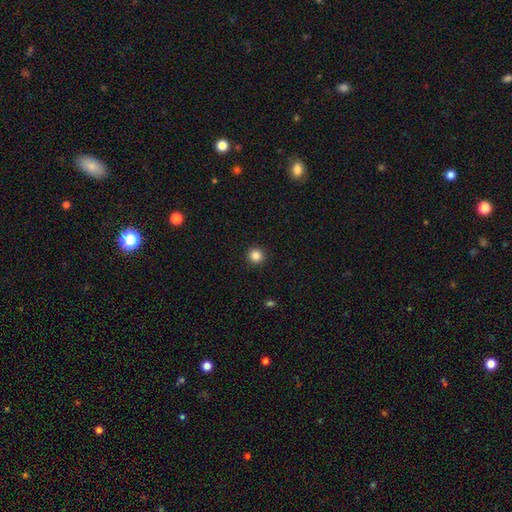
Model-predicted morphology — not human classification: A smooth galaxy with no disk features (85%) that is round (95%). Merging: none (93%).